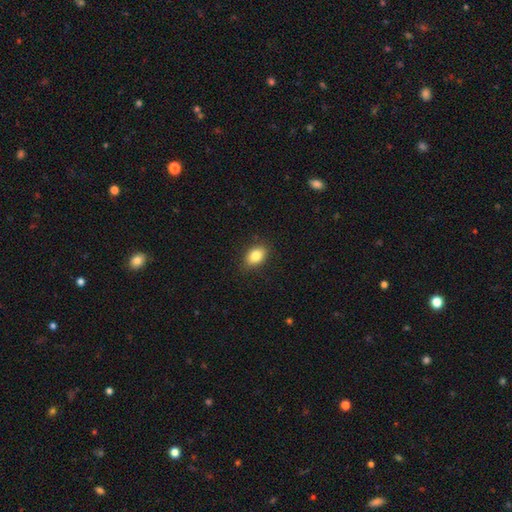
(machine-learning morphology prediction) smooth 84%, star or artifact 8%, featured or disk 7%. Down the decision tree: how rounded — in between (82%); merging — none (87%).